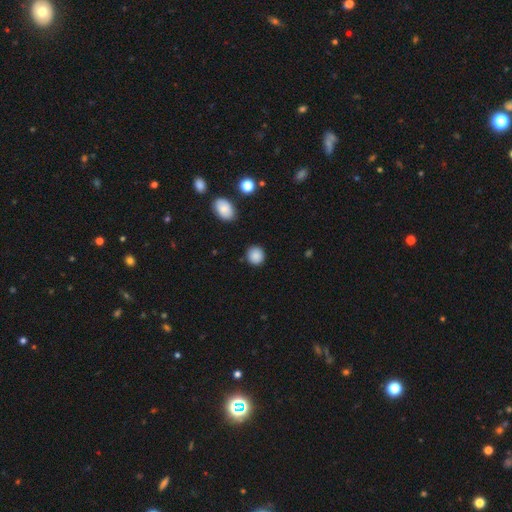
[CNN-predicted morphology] Q: Smooth or featured?
A: smooth (88%); runner-up: star or artifact (8%)
Q: How rounded?
A: round (86%); runner-up: in between (13%)
Q: Merging?
A: none (88%); runner-up: minor disturbance (8%)